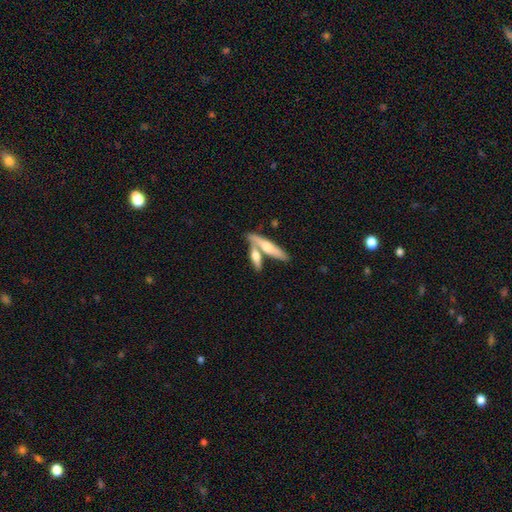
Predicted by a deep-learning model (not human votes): The model was most divided on "merging": none: 46%, merger: 42%, minor disturbance: 9%, major disturbance: 3%. More confident: how rounded — cigar-shaped (66%); smooth or featured — smooth (57%).